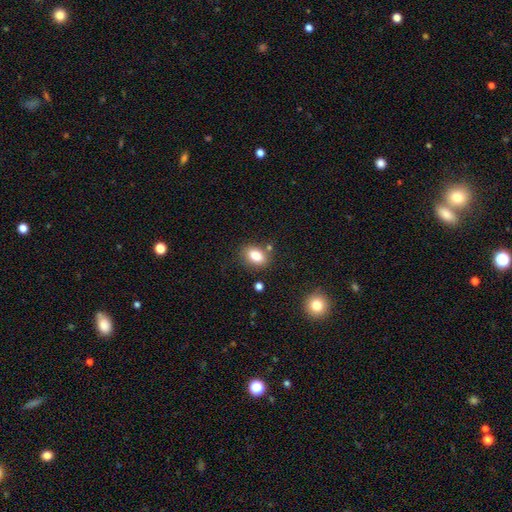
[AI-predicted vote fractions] The model was most divided on "merging": none: 77%, minor disturbance: 13%, merger: 6%, major disturbance: 4%. More confident: smooth or featured — smooth (84%); how rounded — in between (81%).